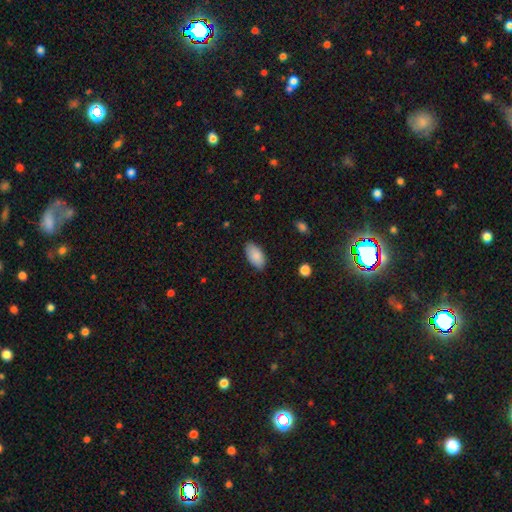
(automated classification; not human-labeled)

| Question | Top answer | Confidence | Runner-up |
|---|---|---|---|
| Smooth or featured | smooth | 89% | star or artifact (6%) |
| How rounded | in between | 95% | cigar-shaped (3%) |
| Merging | none | 83% | minor disturbance (13%) |